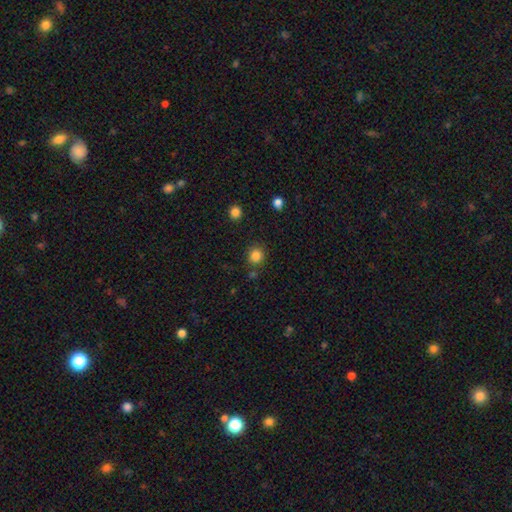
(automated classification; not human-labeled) Smooth or featured: smooth — 85% (star or artifact — 11%)
How rounded: round — 90% (in between — 10%)
Merging: none — 83% (minor disturbance — 9%)